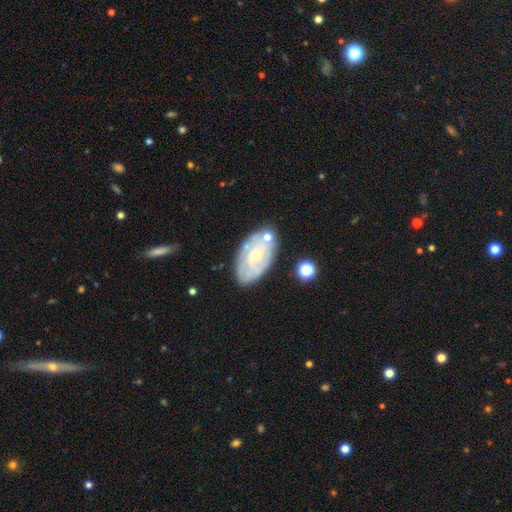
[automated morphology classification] Smooth or featured? featured or disk (66%)
Edge-on disk? no (94%)
Bar? no (80%)
Spiral arms? yes (71%)
Bulge size? small (74%)
Merging? none (70%)